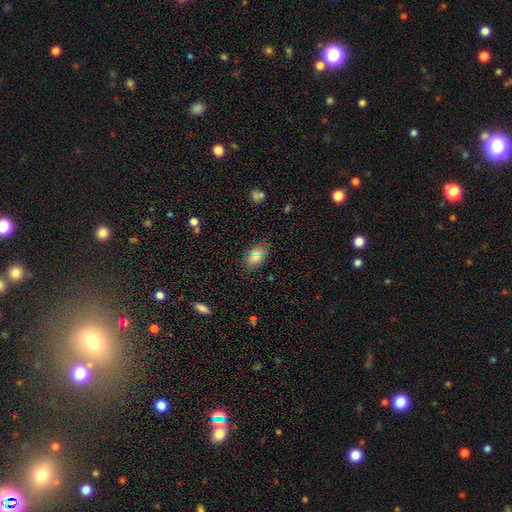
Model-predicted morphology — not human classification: This is likely a smooth galaxy (74%). How rounded: clearly in between (87%). Merging: clearly none (81%).